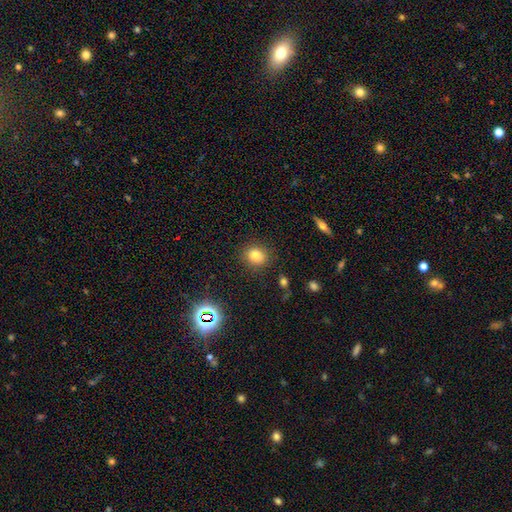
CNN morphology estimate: smooth_or_featured: smooth (p=0.79) [alt: star or artifact p=0.13]
how_rounded: round (p=0.75) [alt: in between p=0.24]
merging: none (p=0.88) [alt: minor disturbance p=0.08]